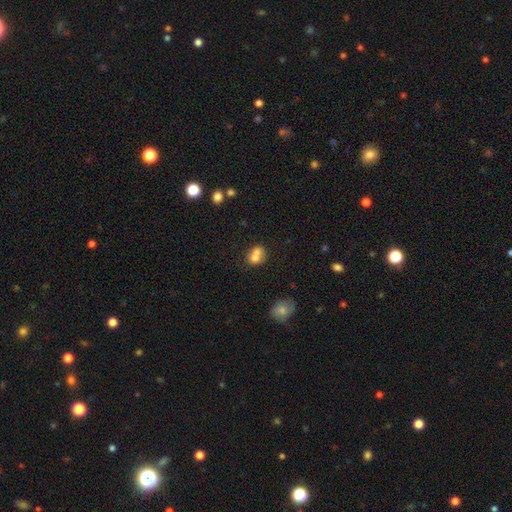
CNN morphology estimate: smooth_or_featured: smooth (p=0.70) [alt: featured or disk p=0.19]
how_rounded: round (p=0.57) [alt: in between p=0.42]
merging: merger (p=0.60) [alt: none p=0.27]